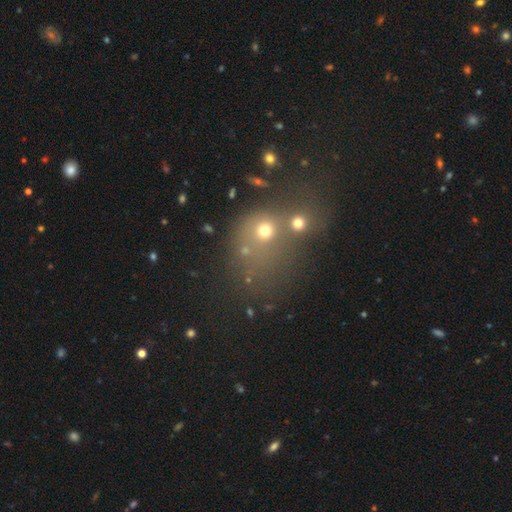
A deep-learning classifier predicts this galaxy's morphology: Smooth or featured: star or artifact — 42% (smooth — 39%)